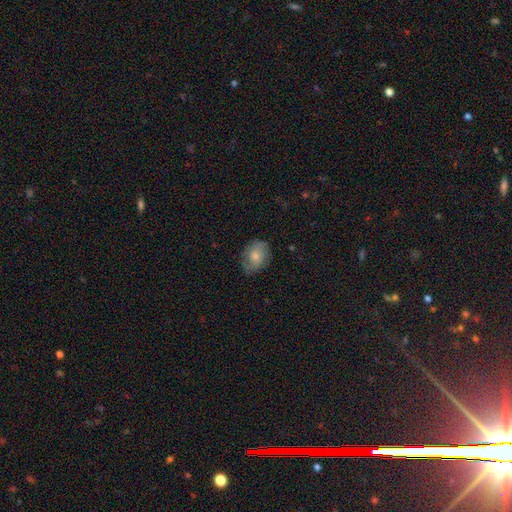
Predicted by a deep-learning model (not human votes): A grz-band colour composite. It shows a smooth galaxy with no disk features (69%) that is in between round and cigar-shaped (70%). Merging: none (72%).